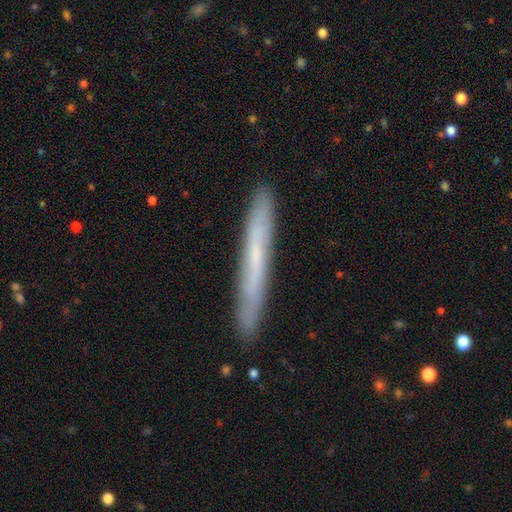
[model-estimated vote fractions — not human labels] Smooth or featured: smooth — 50% (featured or disk — 43%)
How rounded: cigar-shaped — 97% (in between — 2%)
Merging: none — 89% (minor disturbance — 8%)